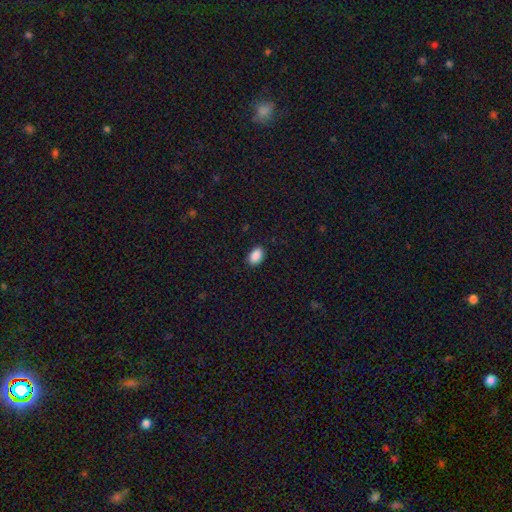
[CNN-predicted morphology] A smooth galaxy with no disk features (90%) that is in between round and cigar-shaped (86%).

Vote fractions:
- Smooth or featured? smooth: 90% / star or artifact: 8% / featured or disk: 3%
- How rounded? in between: 86% / round: 12% / cigar-shaped: 1%
- Merging? none: 88% / minor disturbance: 9% / major disturbance: 2% / merger: 1%